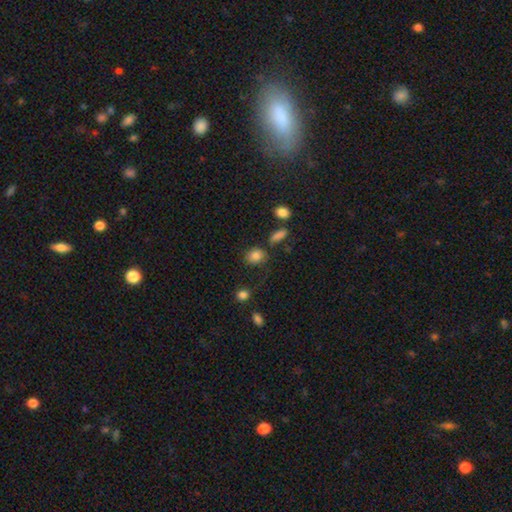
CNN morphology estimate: smooth-or-featured: smooth: 84% | star or artifact: 10% | featured or disk: 6%
  how-rounded: round: 56% | in between: 43% | cigar-shaped: 1%
  merging: none: 72% | minor disturbance: 16% | merger: 6% | major disturbance: 5%